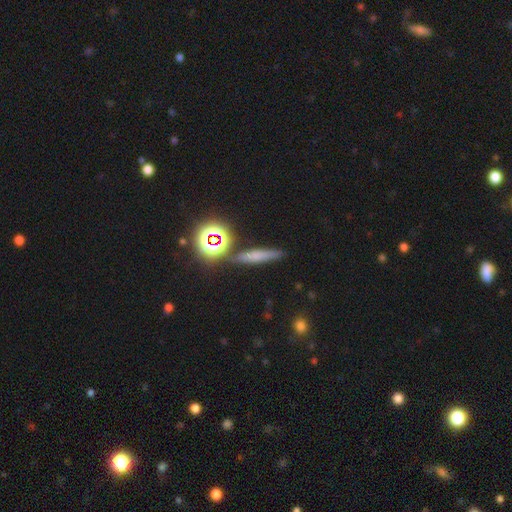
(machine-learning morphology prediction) Smooth or featured? Predicted: smooth (p=0.56). How rounded? Predicted: cigar-shaped (p=0.76). Merging? Predicted: none (p=0.81).